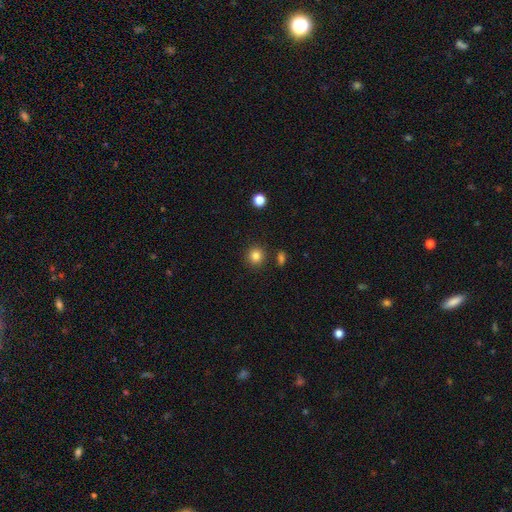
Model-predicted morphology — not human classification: Overall: smooth (84%). How rounded: round (91%). Merging: none (87%).